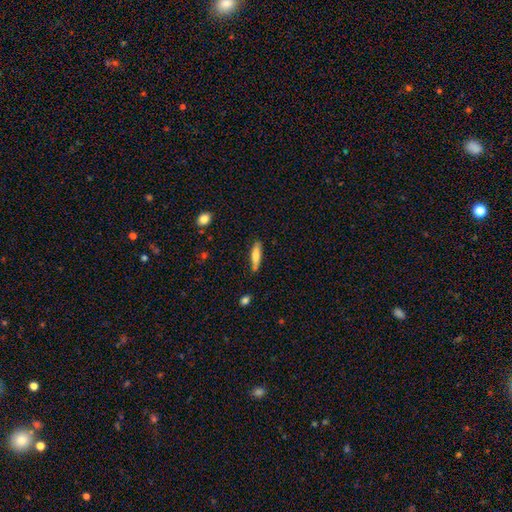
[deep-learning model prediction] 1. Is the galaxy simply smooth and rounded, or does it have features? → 77% smooth, 16% featured or disk, 6% star or artifact.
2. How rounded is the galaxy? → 72% cigar-shaped, 26% in between, 2% round.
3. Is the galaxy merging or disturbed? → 77% none, 17% minor disturbance, 3% major disturbance, 3% merger.